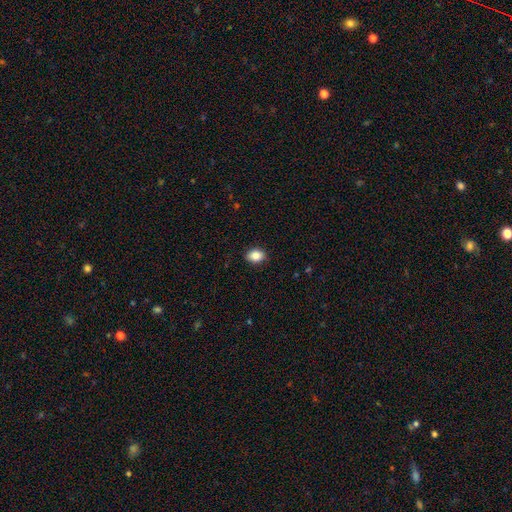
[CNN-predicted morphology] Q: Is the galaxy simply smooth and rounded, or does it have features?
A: smooth — 88%.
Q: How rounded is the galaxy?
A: in between — 71%.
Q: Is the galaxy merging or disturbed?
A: none — 88%.